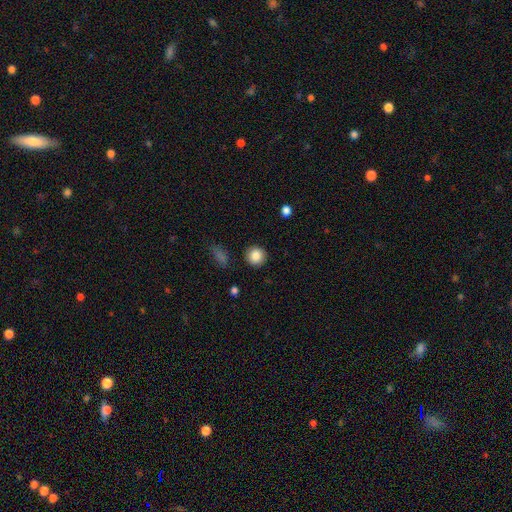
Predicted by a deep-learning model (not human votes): This appears to be a smooth galaxy with no disk features (86%) that is round (92%). Merging: none (90%).